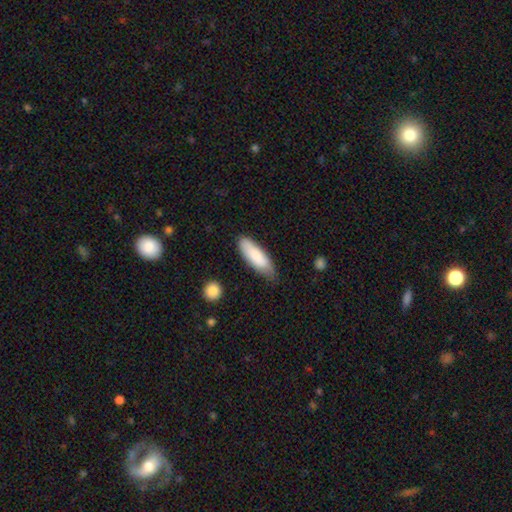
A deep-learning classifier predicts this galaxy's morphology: smooth 83%, featured or disk 12%, star or artifact 5%. Down the decision tree: how rounded — in between (55%); merging — none (71%).